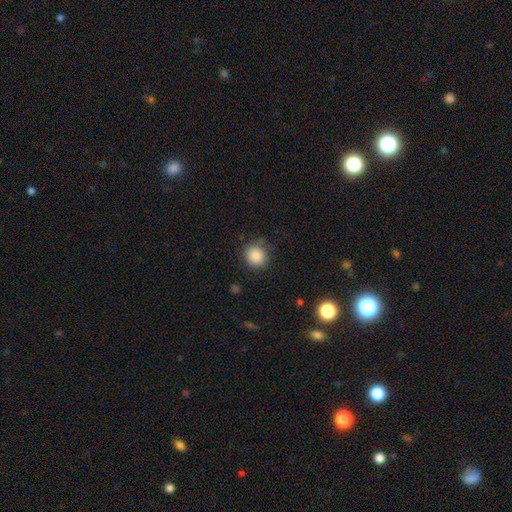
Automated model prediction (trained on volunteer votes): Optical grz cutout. It shows a smooth galaxy with no disk features (86%) that is round (87%). Merging: none (75%).